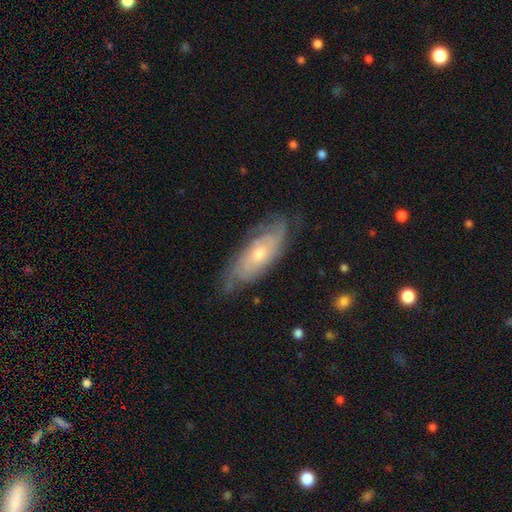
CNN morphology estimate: Smooth or featured: featured or disk — 65% (smooth — 25%)
Edge-on disk: no — 79% (yes — 21%)
Bar: no — 77% (weak — 19%)
Spiral arms: yes — 83% (no — 17%)
Bulge size: small — 50% (moderate — 46%)
Merging: none — 77% (minor disturbance — 17%)